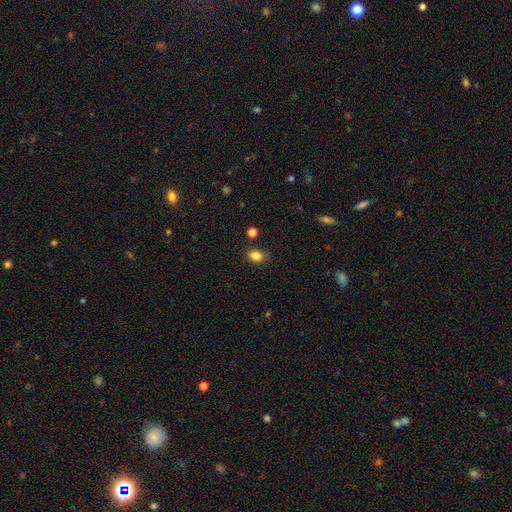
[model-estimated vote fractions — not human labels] Overall: smooth (84%). How rounded: in between (60%; round 39%). Merging: none (77%).